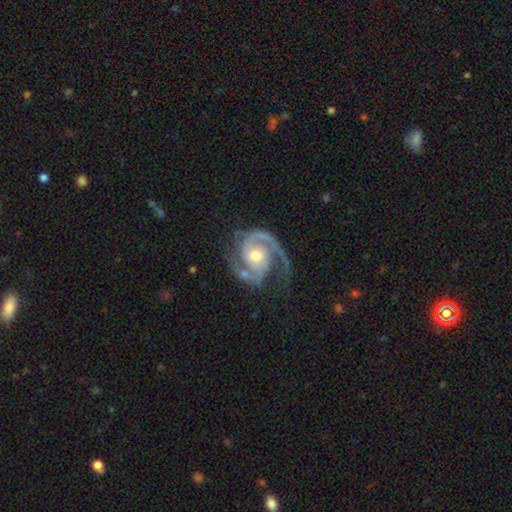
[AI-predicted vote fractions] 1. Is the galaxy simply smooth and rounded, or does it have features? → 92% featured or disk, 4% star or artifact, 4% smooth.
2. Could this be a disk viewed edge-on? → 98% no, 2% yes.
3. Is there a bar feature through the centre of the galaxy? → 63% no, 28% weak, 9% strong.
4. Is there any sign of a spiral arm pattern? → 98% yes, 2% no.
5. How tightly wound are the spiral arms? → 53% medium, 35% tight, 12% loose.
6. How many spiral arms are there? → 89% 2, 3% 1, 3% 3, 2% can't tell, 1% 4, 1% more than 4.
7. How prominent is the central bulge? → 67% moderate, 22% small, 8% large, 2% none, 1% dominant.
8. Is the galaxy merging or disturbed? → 68% none, 18% minor disturbance, 11% major disturbance, 3% merger.